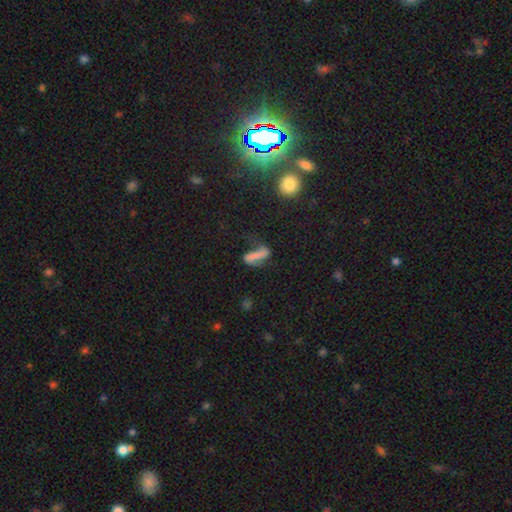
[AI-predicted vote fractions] smooth-or-featured: smooth: 45% | featured or disk: 41% | star or artifact: 15%
  merging: none: 43% | major disturbance: 27% | minor disturbance: 22% | merger: 8%